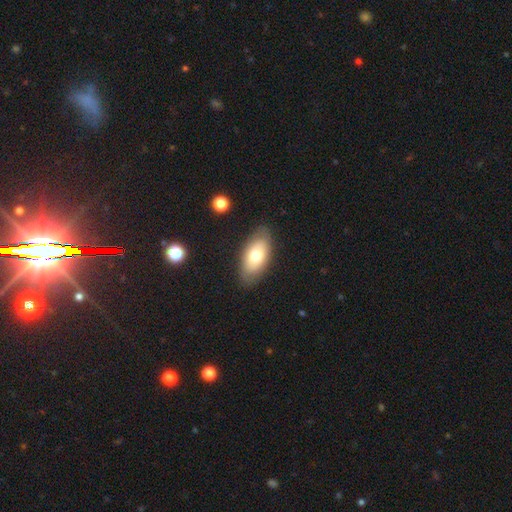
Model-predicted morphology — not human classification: Q: Smooth or featured?
A: smooth (69%); runner-up: featured or disk (25%)
Q: How rounded?
A: in between (92%); runner-up: cigar-shaped (5%)
Q: Merging?
A: none (83%); runner-up: minor disturbance (13%)